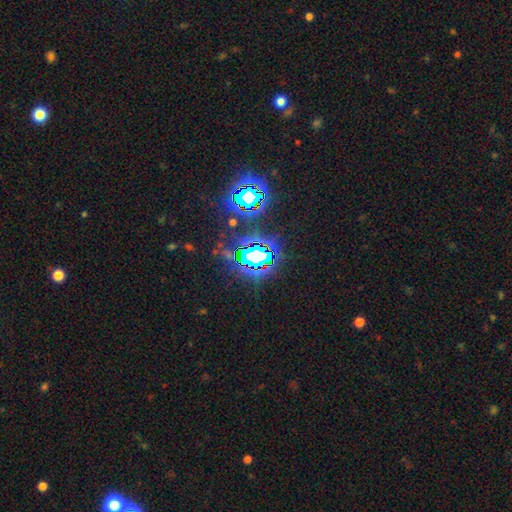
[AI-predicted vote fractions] smooth-or-featured: star or artifact: 75% | smooth: 13% | featured or disk: 12%